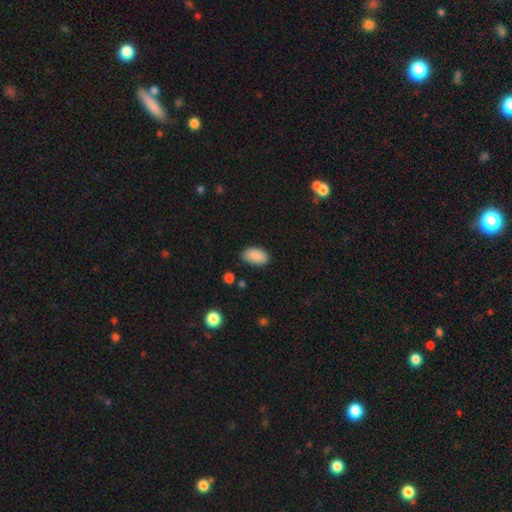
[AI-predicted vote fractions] Smooth or featured? smooth (90%)
How rounded? in between (94%)
Merging? none (83%)